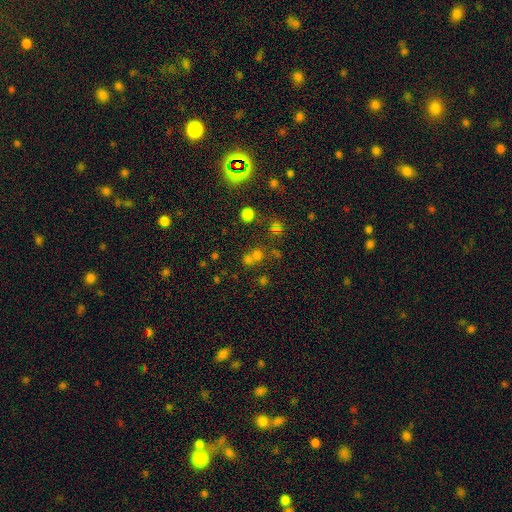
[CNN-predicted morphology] smooth-or-featured: star or artifact: 45% | smooth: 42% | featured or disk: 12%